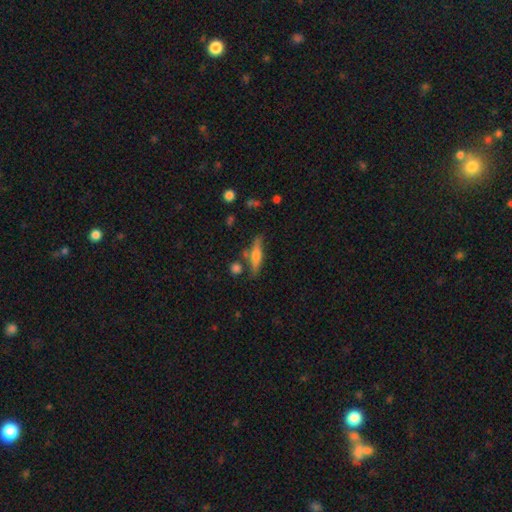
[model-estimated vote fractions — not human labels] The model was most divided on "smooth or featured": smooth: 47%, featured or disk: 46%, star or artifact: 8%. More confident: merging — none (73%).